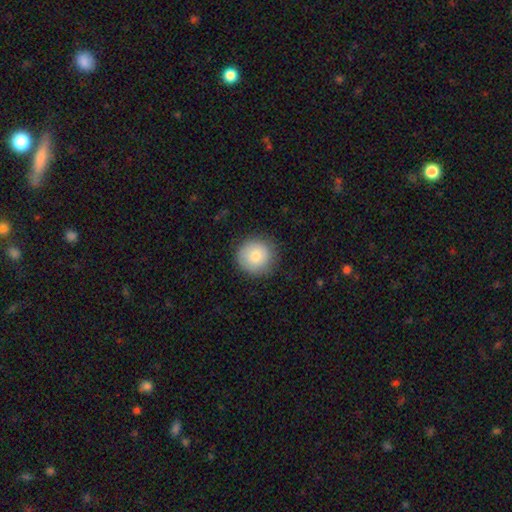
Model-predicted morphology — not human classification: This is clearly a smooth galaxy (81%). How rounded: clearly round (94%). Merging: clearly none (86%).